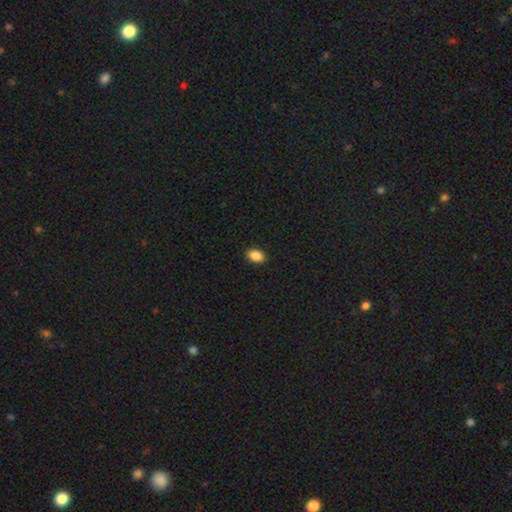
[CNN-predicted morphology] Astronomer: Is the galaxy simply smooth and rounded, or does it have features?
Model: smooth — 87%.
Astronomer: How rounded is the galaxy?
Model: in between — 79%.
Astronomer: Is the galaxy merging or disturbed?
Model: none — 91%.